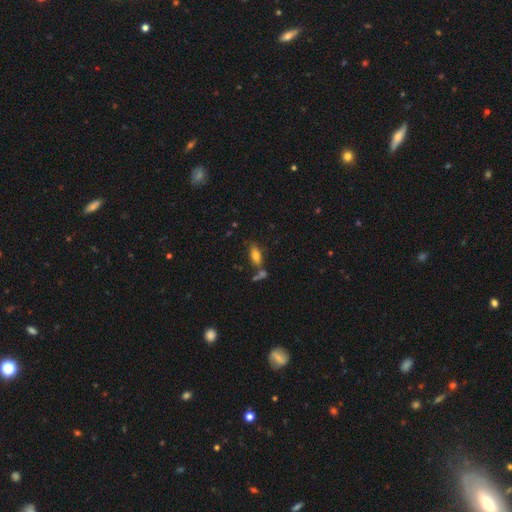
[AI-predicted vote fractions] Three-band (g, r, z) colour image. It shows a smooth galaxy with no disk features (78%) that is in between round and cigar-shaped (81%). Merging: none (57%).